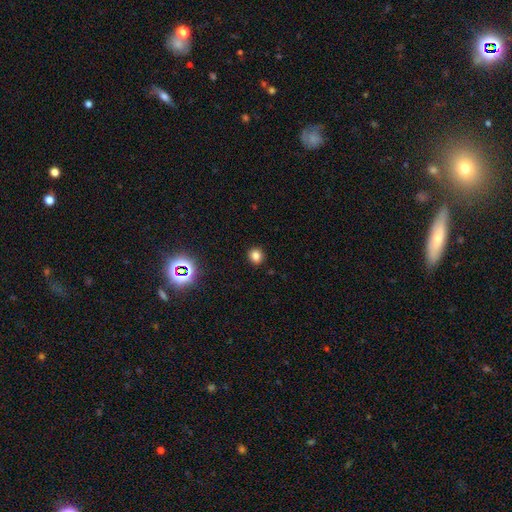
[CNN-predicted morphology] The model was most divided on "smooth or featured": smooth: 80%, star or artifact: 15%, featured or disk: 5%. More confident: merging — none (91%); how rounded — round (82%).